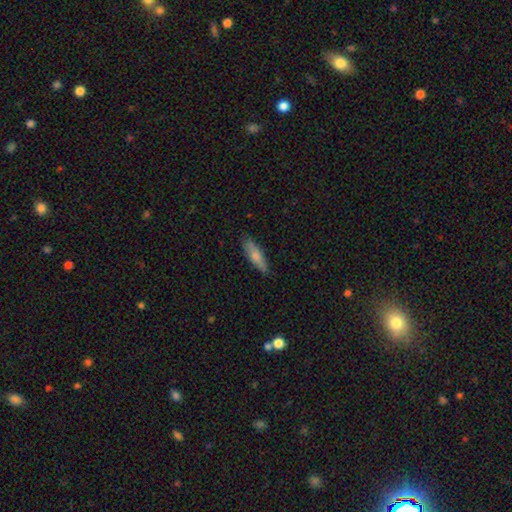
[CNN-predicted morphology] smooth 74%, featured or disk 20%, star or artifact 6%. Down the decision tree: how rounded — cigar-shaped (58%); merging — none (82%).